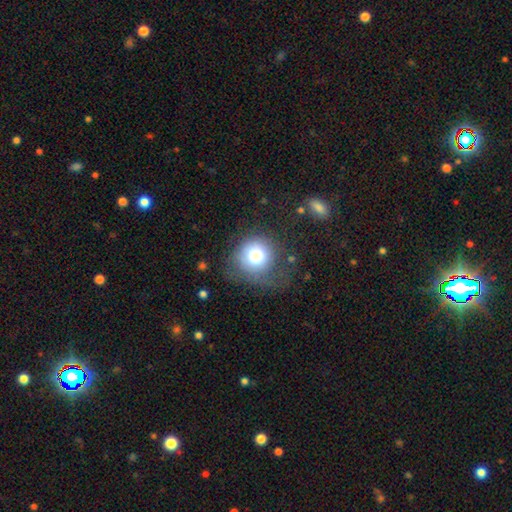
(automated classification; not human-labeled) Smooth or featured?
  - smooth: 73% *
  - featured or disk: 16%
  - star or artifact: 11%
How rounded?
  - round: 90% *
  - in between: 9%
  - cigar-shaped: 1%
Merging?
  - none: 57% *
  - minor disturbance: 22%
  - major disturbance: 19%
  - merger: 2%